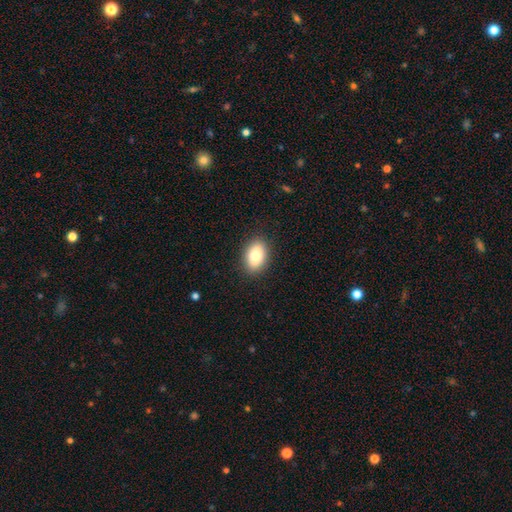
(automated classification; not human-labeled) Smooth or featured: smooth — 81% (featured or disk — 11%)
How rounded: in between — 86% (round — 13%)
Merging: none — 89% (minor disturbance — 8%)